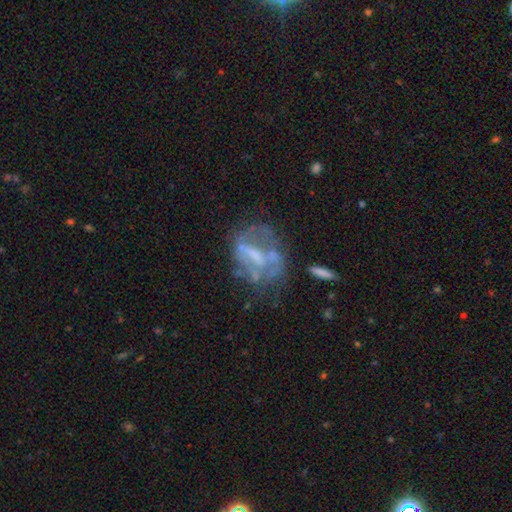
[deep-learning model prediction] A featured or disk galaxy (66%) with no bar (39%), no spiral arms (69%) and no central bulge (43%). Merging: none (42%).